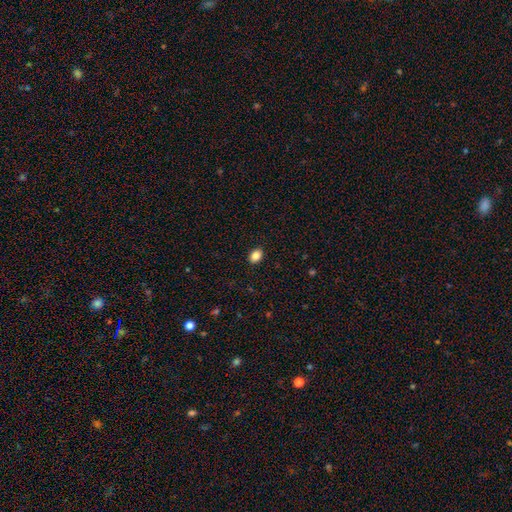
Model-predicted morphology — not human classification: Smooth or featured?
  - smooth: 86% *
  - star or artifact: 9%
  - featured or disk: 4%
How rounded?
  - in between: 69% *
  - round: 30%
  - cigar-shaped: 1%
Merging?
  - none: 90% *
  - minor disturbance: 7%
  - major disturbance: 2%
  - merger: 1%